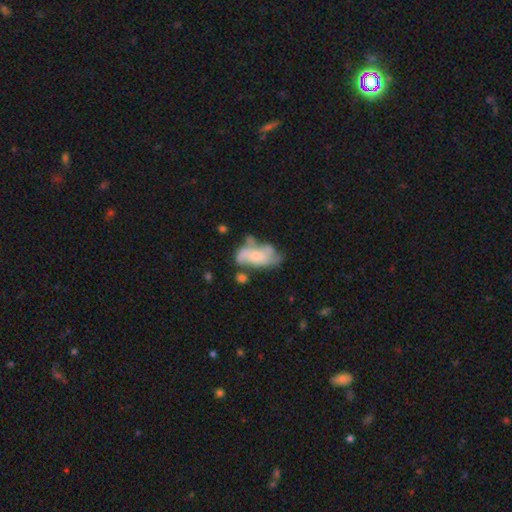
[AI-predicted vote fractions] Morphology: type=featured or disk (56%); edge-on=no (94%); bar=no (77%); spiral arms=yes (59%); bulge=small (57%); merging=none (34%).